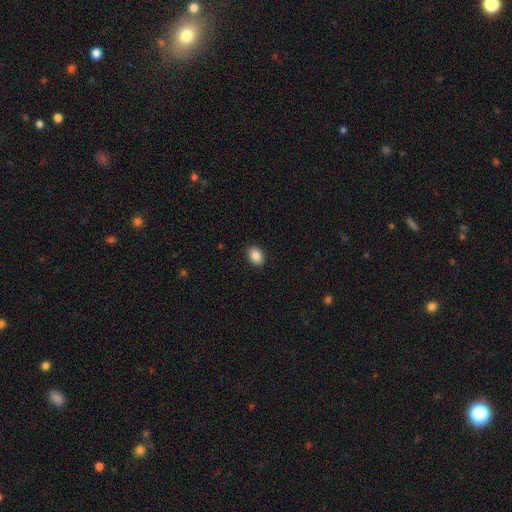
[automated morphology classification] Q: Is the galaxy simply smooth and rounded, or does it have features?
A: smooth — 87%.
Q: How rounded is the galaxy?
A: in between — 81%.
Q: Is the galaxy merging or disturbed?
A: none — 90%.